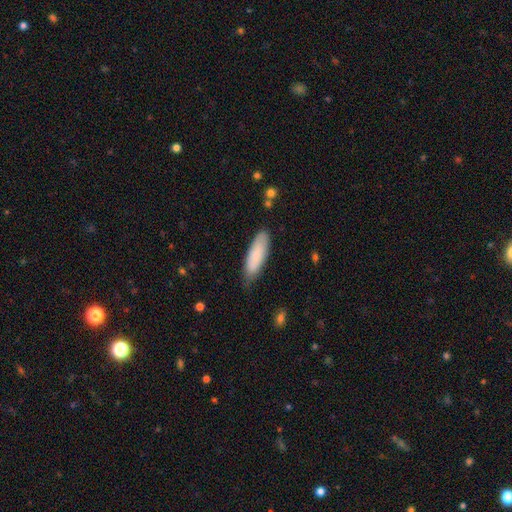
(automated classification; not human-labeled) Morphology: type=smooth (80%); roundness=in between (50%); merging=none (77%).